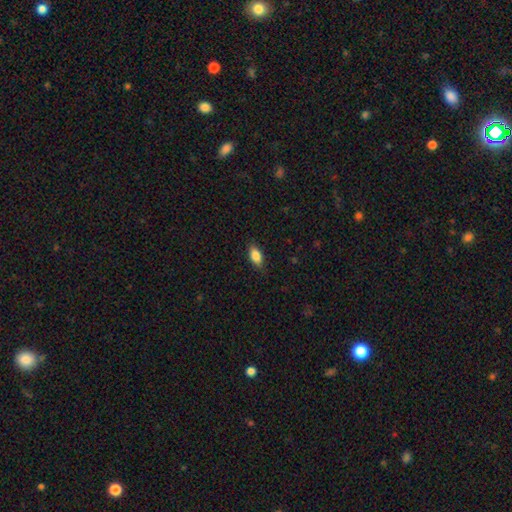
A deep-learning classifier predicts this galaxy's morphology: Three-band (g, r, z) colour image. It shows a smooth galaxy with no disk features (84%) that is in between round and cigar-shaped (86%). Merging: none (83%).